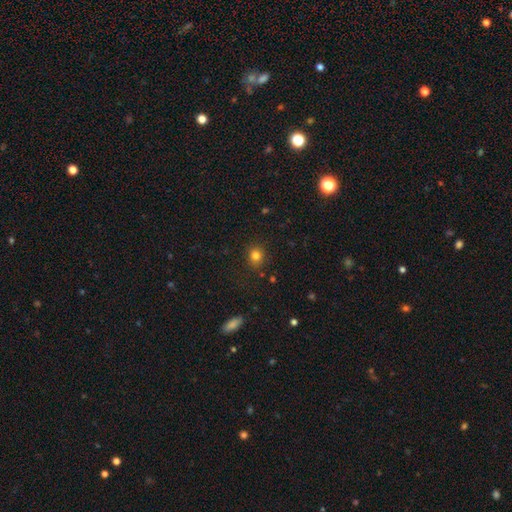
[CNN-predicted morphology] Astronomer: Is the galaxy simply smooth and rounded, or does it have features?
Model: smooth — 80%.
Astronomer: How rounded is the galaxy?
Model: round — 80%.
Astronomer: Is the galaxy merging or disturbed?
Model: none — 86%.